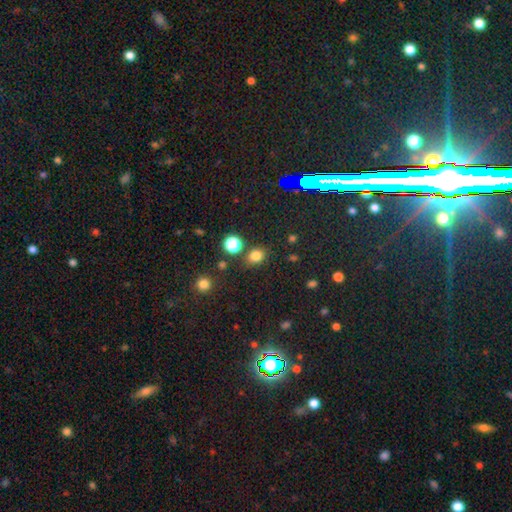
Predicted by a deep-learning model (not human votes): Morphology: type=smooth (78%); roundness=round (59%); merging=none (80%).